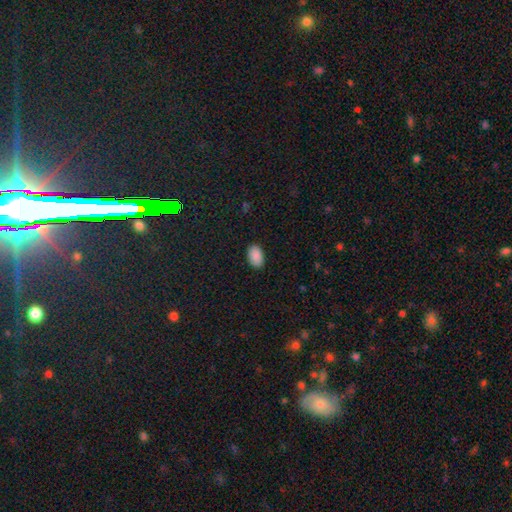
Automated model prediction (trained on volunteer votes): smooth 90%, star or artifact 7%, featured or disk 3%. Down the decision tree: how rounded — in between (92%); merging — none (89%).